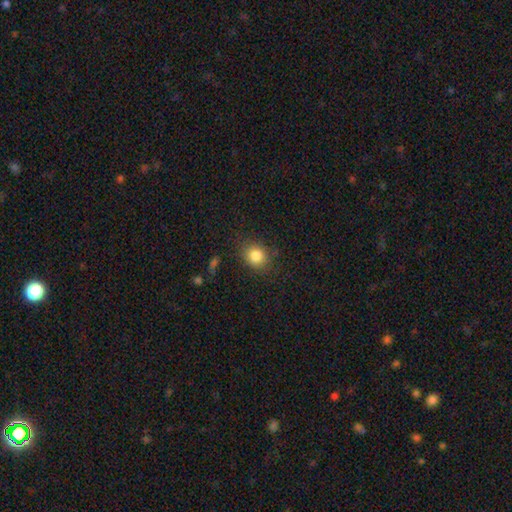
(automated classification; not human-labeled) This appears to be a smooth galaxy with no disk features (83%) that is round (69%). Merging: none (81%).